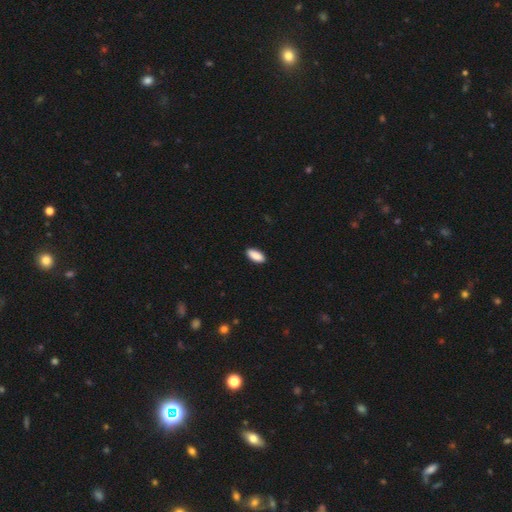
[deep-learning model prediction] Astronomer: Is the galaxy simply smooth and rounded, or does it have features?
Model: smooth — 90%.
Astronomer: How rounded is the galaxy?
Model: in between — 88%.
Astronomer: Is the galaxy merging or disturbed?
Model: none — 89%.